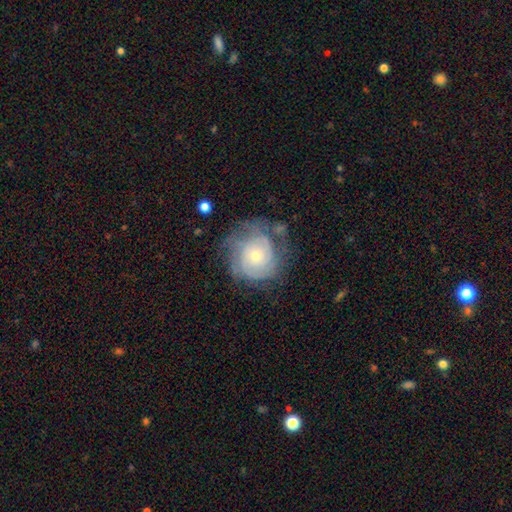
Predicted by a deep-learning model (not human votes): Smooth or featured? featured or disk (67%)
Edge-on disk? no (97%)
Bar? no (83%)
Spiral arms? yes (82%)
Spiral winding? tight (67%)
Spiral arm count? can't tell (49%)
Bulge size? small (66%)
Merging? none (57%)